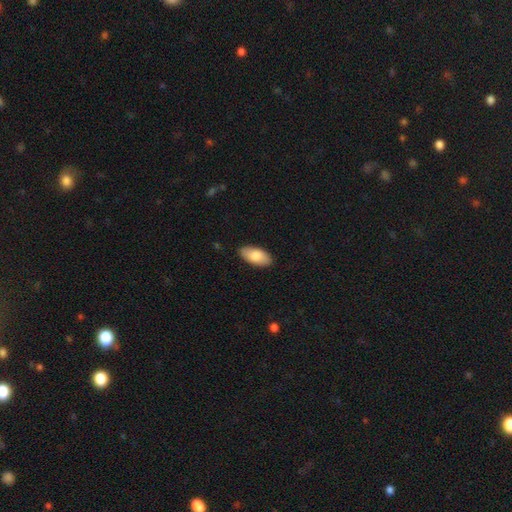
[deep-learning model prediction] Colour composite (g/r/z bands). It shows a smooth galaxy with no disk features (83%) that is in between round and cigar-shaped (93%). Merging: none (88%).